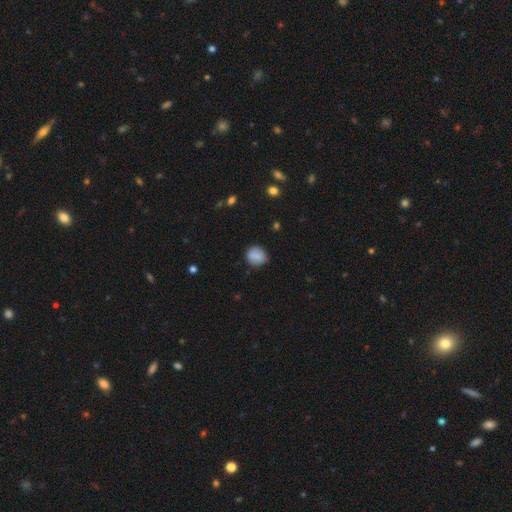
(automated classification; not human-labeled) The model was most divided on "how rounded": round: 80%, in between: 19%, cigar-shaped: 1%. More confident: merging — none (81%); smooth or featured — smooth (80%).